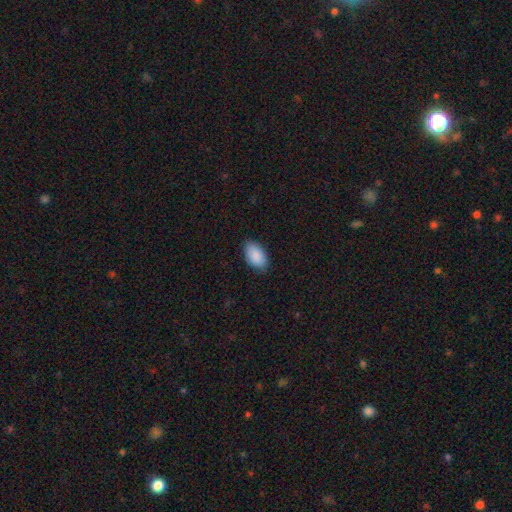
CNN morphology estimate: A smooth galaxy with no disk features (89%) that is in between round and cigar-shaped (95%).

Vote fractions:
- Smooth or featured? smooth: 89% / star or artifact: 6% / featured or disk: 5%
- How rounded? in between: 95% / round: 4% / cigar-shaped: 2%
- Merging? none: 84% / minor disturbance: 13% / major disturbance: 2% / merger: 1%